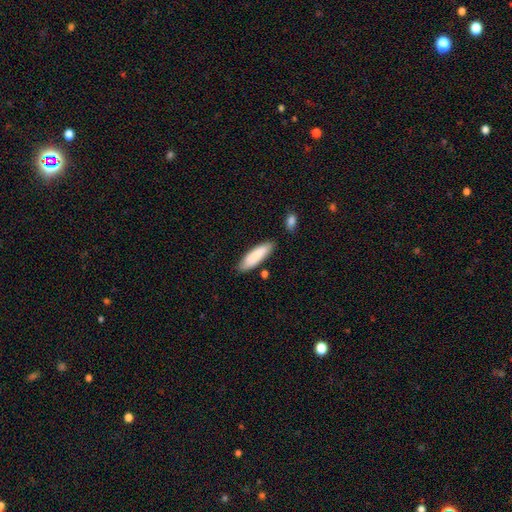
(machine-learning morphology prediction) A smooth galaxy with no disk features (85%) that is cigar-shaped (55%). Merging: none (80%).